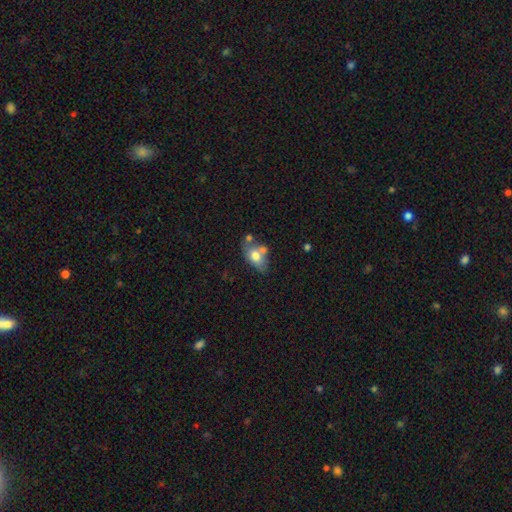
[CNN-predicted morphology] smooth-or-featured: smooth: 67% | featured or disk: 25% | star or artifact: 8%
  how-rounded: in between: 84% | round: 13% | cigar-shaped: 3%
  merging: none: 42% | merger: 31% | minor disturbance: 20% | major disturbance: 8%